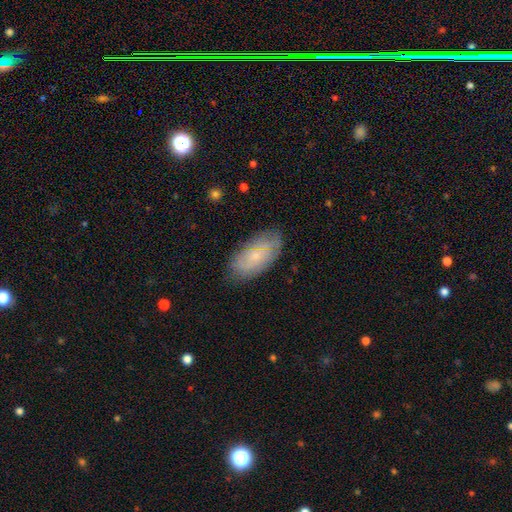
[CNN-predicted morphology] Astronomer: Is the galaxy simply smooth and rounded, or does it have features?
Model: smooth — 51% (runner-up: featured or disk, 41%).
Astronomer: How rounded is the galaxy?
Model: in between — 91%.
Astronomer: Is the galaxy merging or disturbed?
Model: none — 77%.